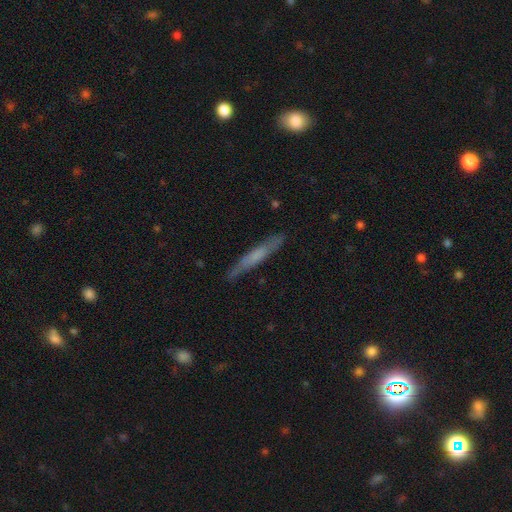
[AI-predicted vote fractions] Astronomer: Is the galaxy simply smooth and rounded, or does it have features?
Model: smooth — 47% (runner-up: featured or disk, 46%).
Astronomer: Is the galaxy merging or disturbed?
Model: none — 83%.